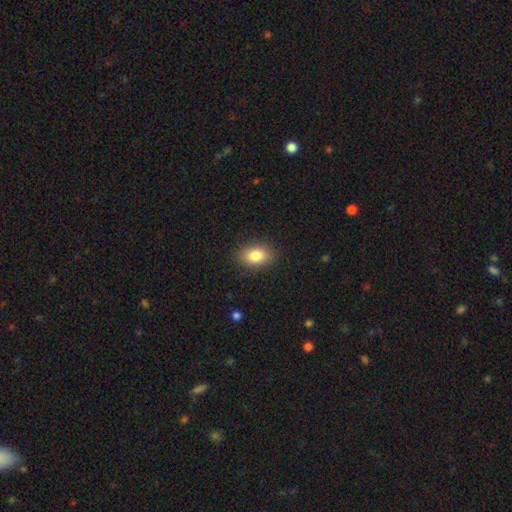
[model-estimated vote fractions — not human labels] The model was most divided on "how rounded": in between: 84%, round: 14%, cigar-shaped: 2%. More confident: merging — none (87%); smooth or featured — smooth (85%).